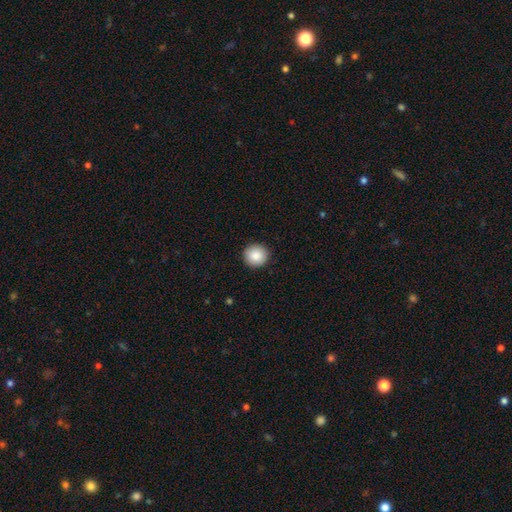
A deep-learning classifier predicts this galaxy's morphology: smooth 88%, star or artifact 8%, featured or disk 5%. Down the decision tree: how rounded — round (94%); merging — none (92%).